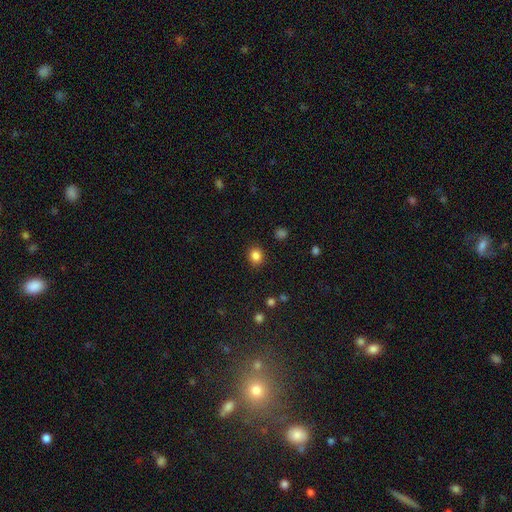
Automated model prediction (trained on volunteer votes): smooth 84%, star or artifact 11%, featured or disk 4%. Down the decision tree: how rounded — round (73%); merging — none (88%).